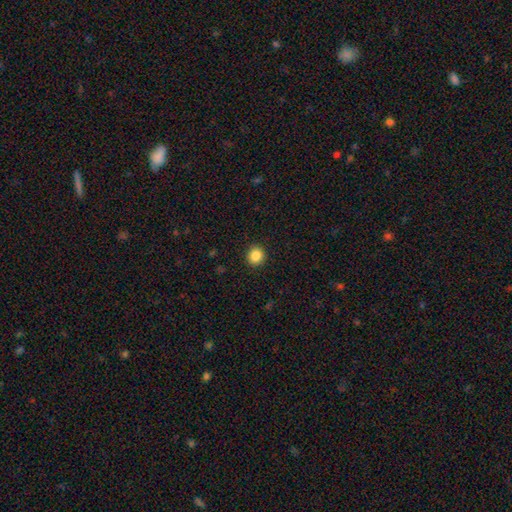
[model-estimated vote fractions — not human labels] Morphology: type=smooth (86%); roundness=round (87%); merging=none (92%).